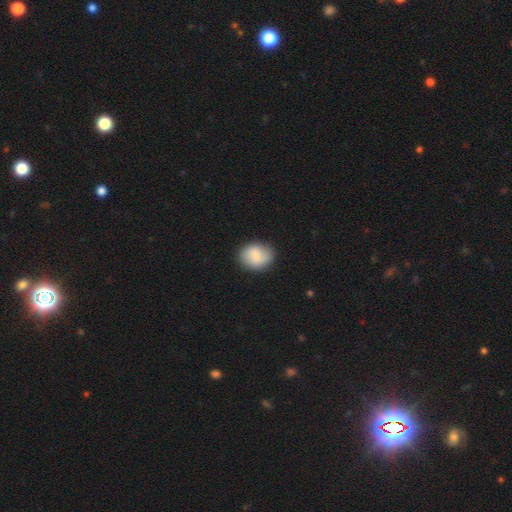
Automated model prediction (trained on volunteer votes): Smooth or featured? smooth (73%)
How rounded? round (61%)
Merging? none (84%)